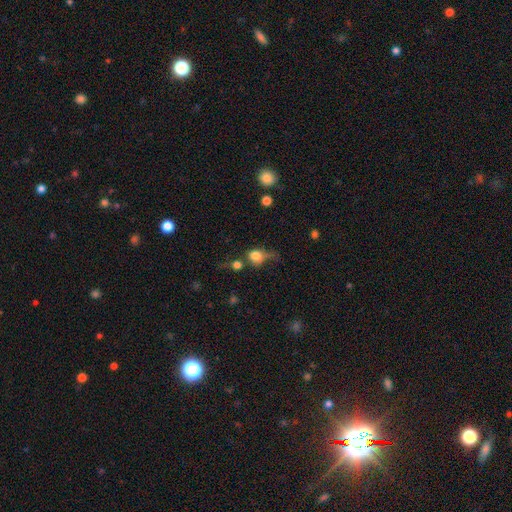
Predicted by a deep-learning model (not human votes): The model was most divided on "merging": none: 33%, major disturbance: 28%, minor disturbance: 24%, merger: 15%. More confident: smooth or featured — smooth (73%); how rounded — round (68%).